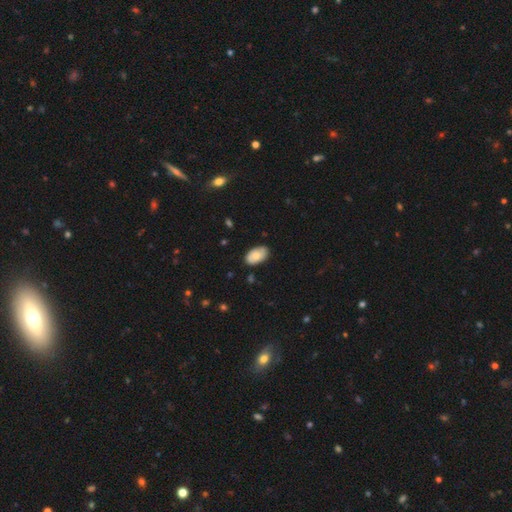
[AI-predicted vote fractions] This appears to be a smooth galaxy with no disk features (72%) that is in between round and cigar-shaped (94%). Merging: none (82%).